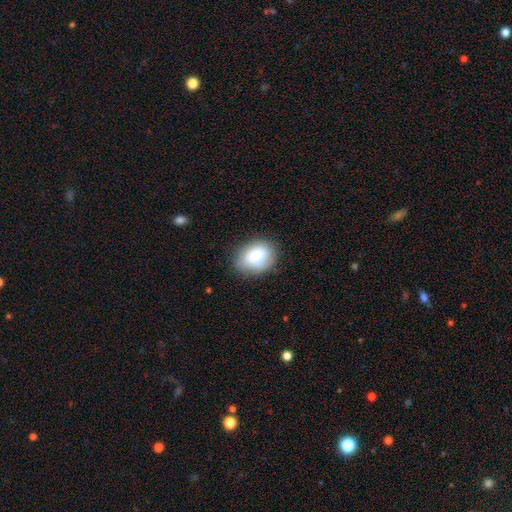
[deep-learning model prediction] smooth_or_featured: smooth (p=0.73) [alt: featured or disk p=0.19]
how_rounded: in between (p=0.58) [alt: round p=0.41]
merging: none (p=0.75) [alt: minor disturbance p=0.18]